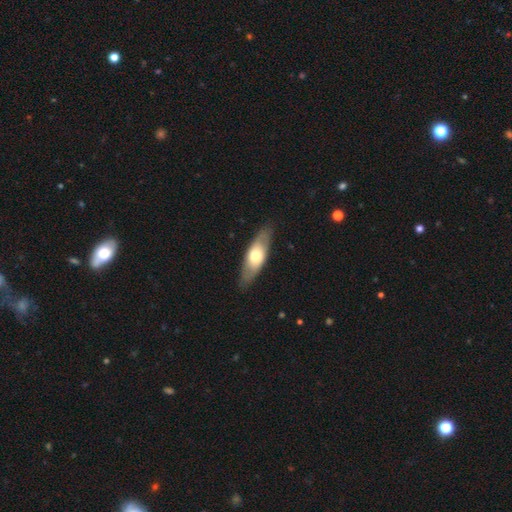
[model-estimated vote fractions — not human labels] smooth 54%, featured or disk 41%, star or artifact 5%. Down the decision tree: how rounded — in between (65%); merging — none (84%).